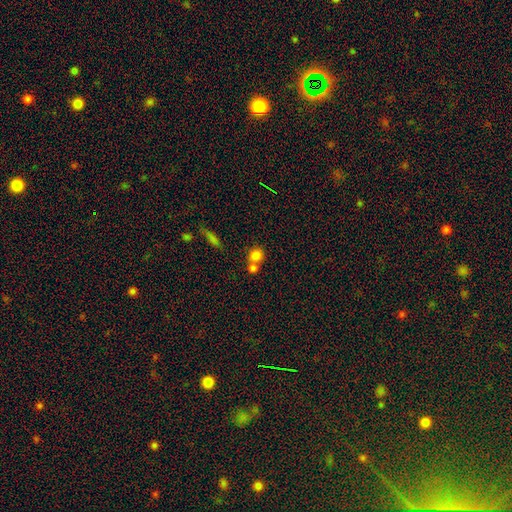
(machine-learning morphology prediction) smooth-or-featured: smooth: 79% | star or artifact: 11% | featured or disk: 9%
  how-rounded: round: 81% | in between: 17% | cigar-shaped: 2%
  merging: merger: 49% | none: 41% | minor disturbance: 7% | major disturbance: 3%